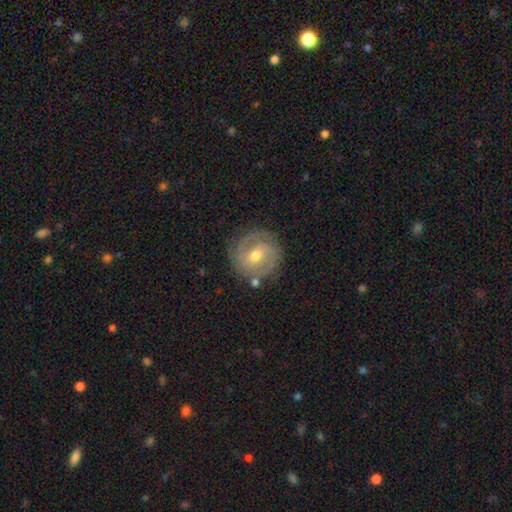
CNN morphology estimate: The model was most divided on "bar": weak: 48%, no: 37%, strong: 15%. More confident: edge-on disk — no (97%); spiral arms — yes (84%); merging — none (80%); smooth or featured — featured or disk (72%); bulge size — moderate (70%); spiral arm count — 2 (60%); spiral winding — tight (56%).